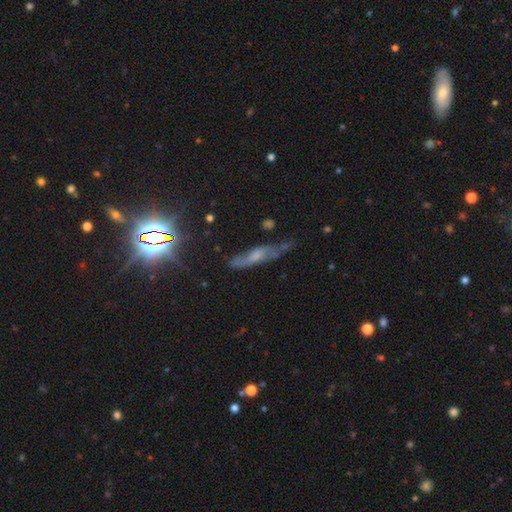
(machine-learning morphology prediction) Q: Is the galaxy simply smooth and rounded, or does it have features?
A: featured or disk — 48%.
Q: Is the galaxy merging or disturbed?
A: none — 55%.